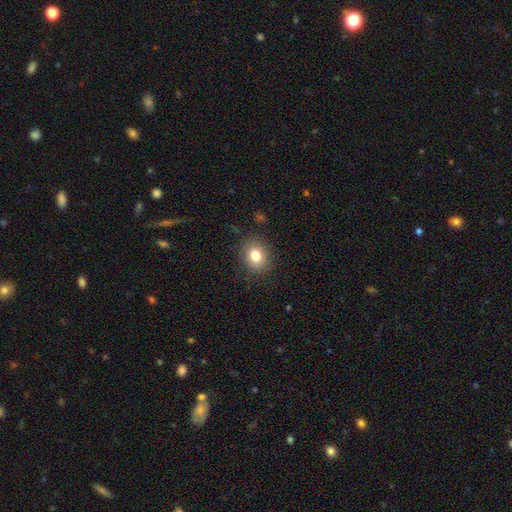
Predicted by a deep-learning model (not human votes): smooth_or_featured: smooth (p=0.81) [alt: star or artifact p=0.10]
how_rounded: round (p=0.56) [alt: in between p=0.44]
merging: none (p=0.86) [alt: minor disturbance p=0.10]